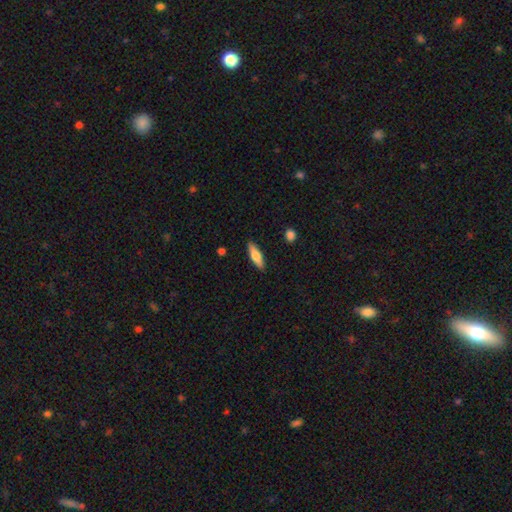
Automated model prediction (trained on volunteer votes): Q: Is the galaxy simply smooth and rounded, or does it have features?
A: smooth — 63%.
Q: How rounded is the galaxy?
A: cigar-shaped — 57%.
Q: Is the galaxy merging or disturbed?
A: none — 89%.